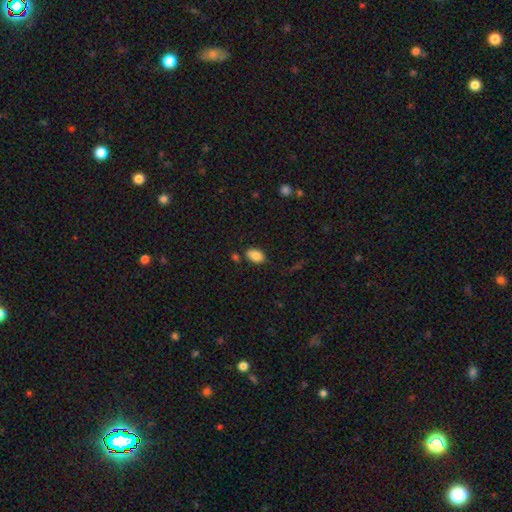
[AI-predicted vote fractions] The model was most divided on "merging": none: 76%, minor disturbance: 15%, merger: 6%, major disturbance: 3%. More confident: how rounded — in between (88%); smooth or featured — smooth (85%).